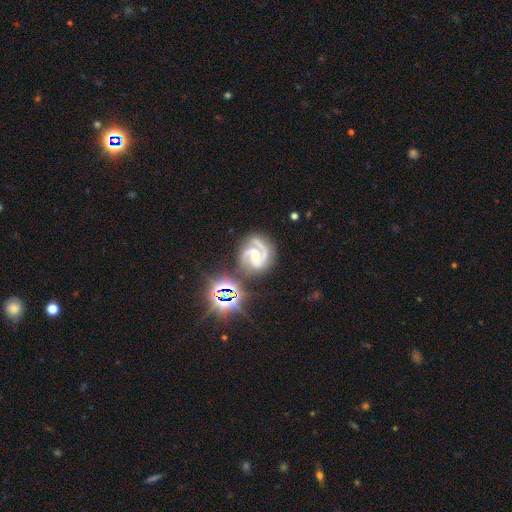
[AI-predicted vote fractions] Smooth or featured?
  - featured or disk: 88% *
  - star or artifact: 8%
  - smooth: 4%
Edge-on disk?
  - no: 98% *
  - yes: 2%
Bar?
  - weak: 45% *
  - no: 36%
  - strong: 19%
Spiral arms?
  - yes: 98% *
  - no: 2%
Spiral winding?
  - medium: 54% *
  - tight: 38%
  - loose: 8%
Spiral arm count?
  - 2: 80% *
  - 3: 10%
  - 1: 4%
  - can't tell: 3%
  - 4: 2%
  - more than 4: 1%
Bulge size?
  - moderate: 46% *
  - small: 44%
  - none: 5%
  - large: 3%
  - dominant: 1%
Merging?
  - none: 70% *
  - minor disturbance: 18%
  - major disturbance: 8%
  - merger: 4%